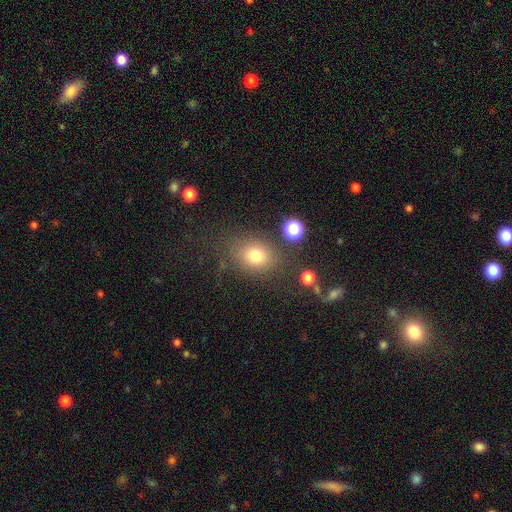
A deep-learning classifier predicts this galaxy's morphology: Smooth or featured? Predicted: smooth (p=0.77). How rounded? Predicted: round (p=0.53). Merging? Predicted: none (p=0.74).